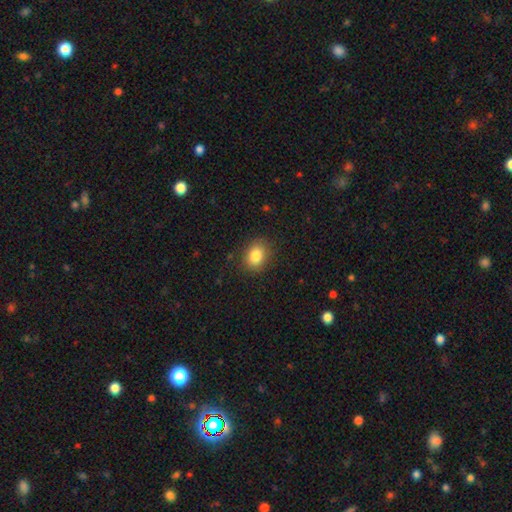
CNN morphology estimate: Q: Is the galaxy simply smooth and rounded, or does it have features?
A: smooth — 84%.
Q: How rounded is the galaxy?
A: in between — 54%.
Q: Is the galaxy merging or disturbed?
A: none — 85%.